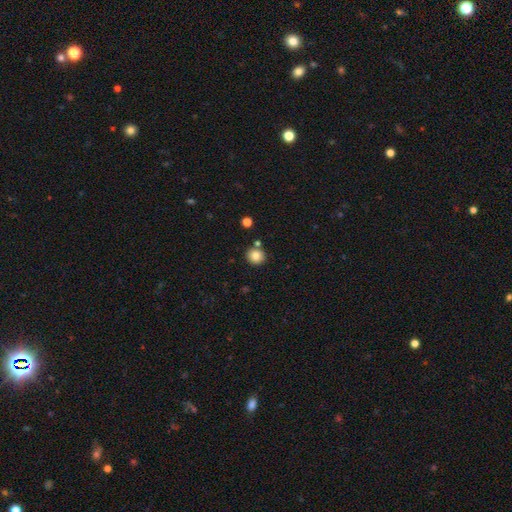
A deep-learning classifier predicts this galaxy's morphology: Overall: smooth (83%). How rounded: round (89%). Merging: none (83%).